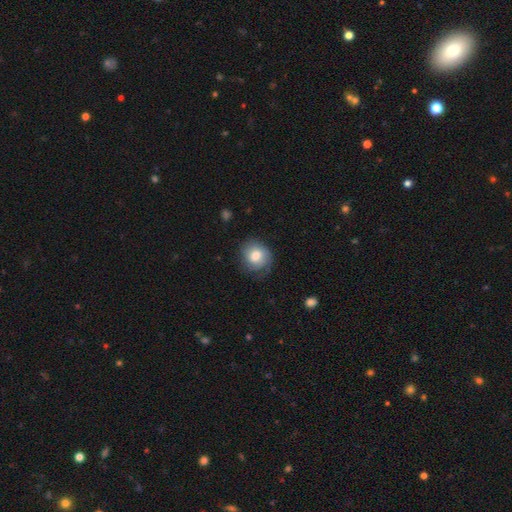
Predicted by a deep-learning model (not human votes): The model was most divided on "merging": none: 61%, minor disturbance: 26%, major disturbance: 13%, merger: 1%. More confident: how rounded — round (73%); smooth or featured — smooth (67%).